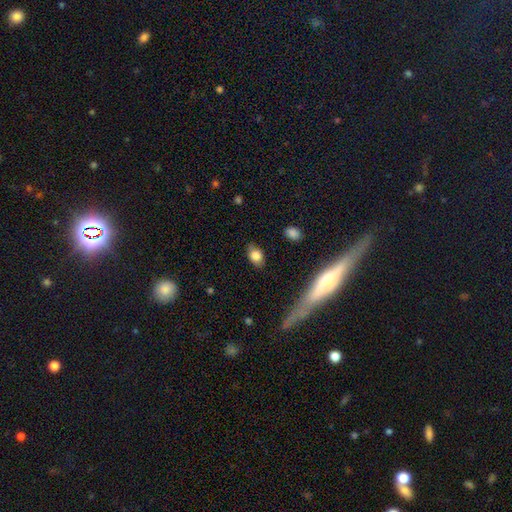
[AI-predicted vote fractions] A smooth galaxy with no disk features (80%) that is in between round and cigar-shaped (77%). Merging: none (78%).